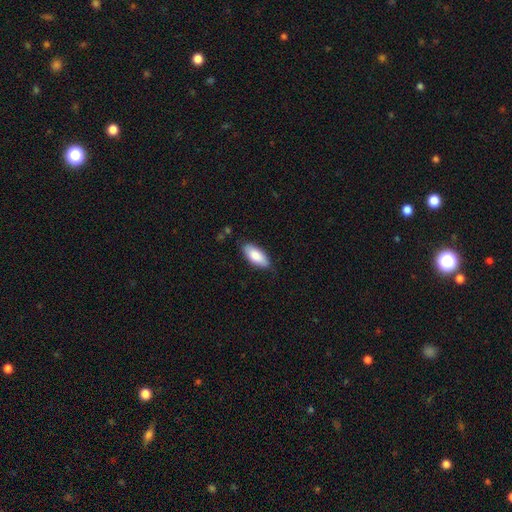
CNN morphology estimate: Smooth or featured: smooth — 84% (featured or disk — 10%)
How rounded: in between — 86% (cigar-shaped — 12%)
Merging: none — 80% (minor disturbance — 16%)